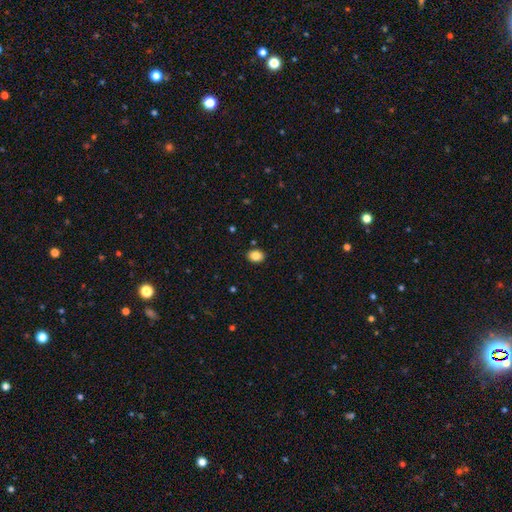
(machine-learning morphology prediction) type=smooth (85%); roundness=in between (65%); merging=none (88%).